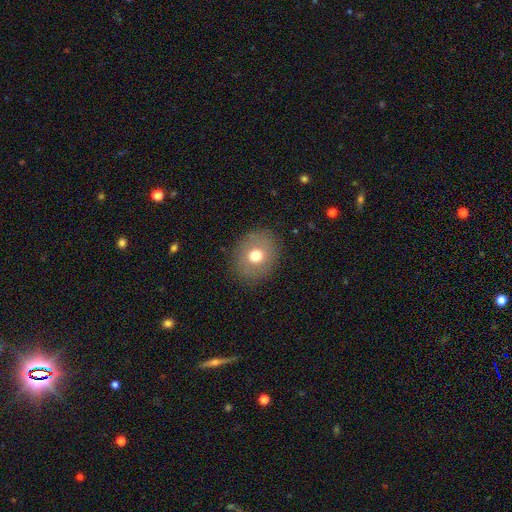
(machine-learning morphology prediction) The model was most divided on "how rounded": round: 64%, in between: 35%, cigar-shaped: 1%. More confident: merging — none (85%); smooth or featured — smooth (70%).